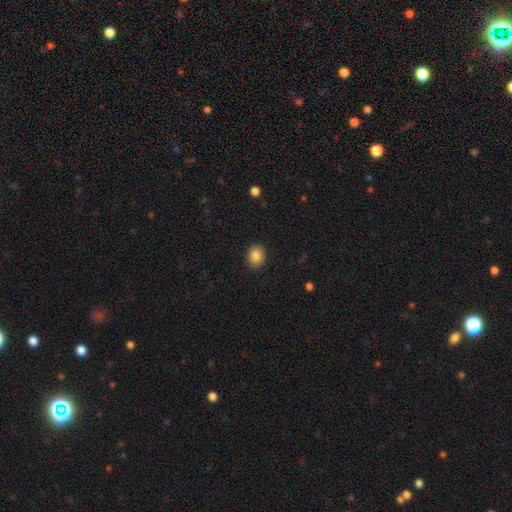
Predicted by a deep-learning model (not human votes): A smooth galaxy with no disk features (86%) that is in between round and cigar-shaped (51%).

Vote fractions:
- Smooth or featured? smooth: 86% / star or artifact: 9% / featured or disk: 5%
- How rounded? in between: 51% / round: 48% / cigar-shaped: 1%
- Merging? none: 89% / minor disturbance: 8% / major disturbance: 2% / merger: 1%